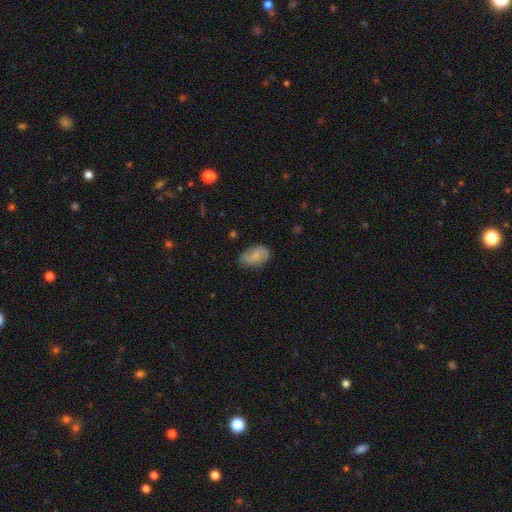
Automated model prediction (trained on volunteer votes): This is possibly a smooth galaxy (58%). How rounded: clearly in between (88%). Merging: likely none (68%).